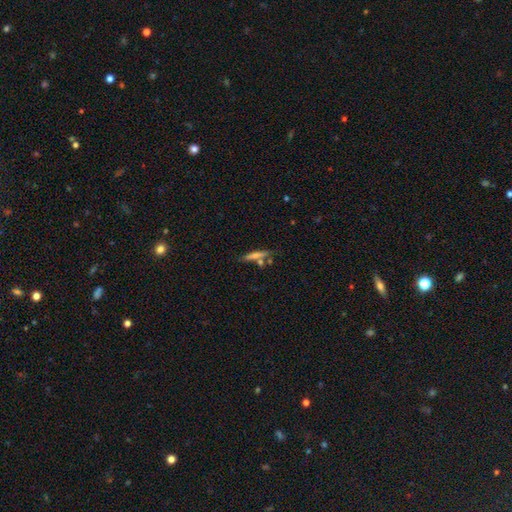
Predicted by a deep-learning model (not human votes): The model was most divided on "smooth or featured": smooth: 46%, featured or disk: 42%, star or artifact: 12%. More confident: merging — none (72%).